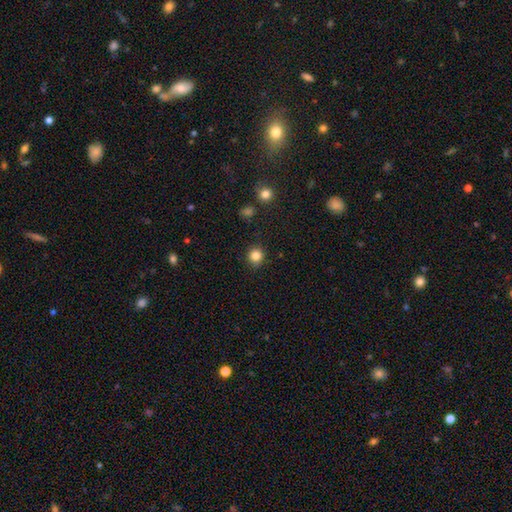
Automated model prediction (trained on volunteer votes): The model was most divided on "smooth or featured": smooth: 84%, star or artifact: 11%, featured or disk: 4%. More confident: how rounded — round (90%); merging — none (88%).